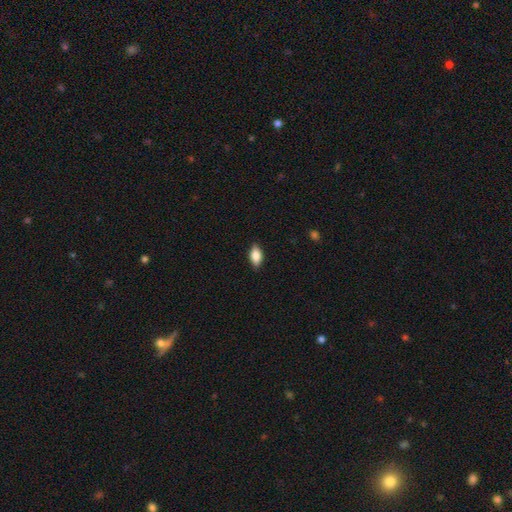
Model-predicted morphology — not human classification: Smooth or featured: smooth — 84% (featured or disk — 9%)
How rounded: in between — 89% (cigar-shaped — 7%)
Merging: none — 86% (minor disturbance — 11%)